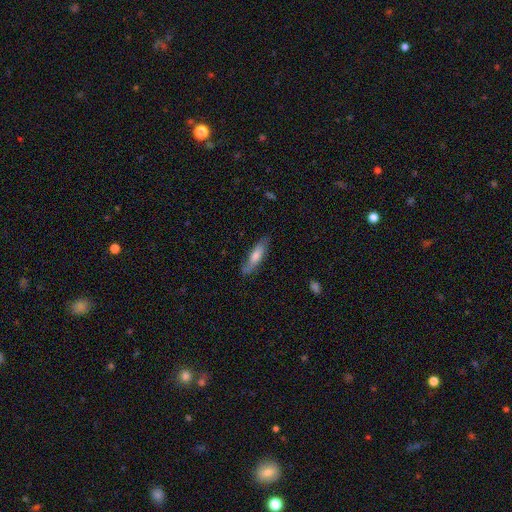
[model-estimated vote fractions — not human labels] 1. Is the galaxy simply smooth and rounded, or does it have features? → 57% smooth, 36% featured or disk, 6% star or artifact.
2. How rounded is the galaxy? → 72% cigar-shaped, 26% in between, 2% round.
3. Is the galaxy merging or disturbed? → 76% none, 19% minor disturbance, 4% major disturbance, 2% merger.